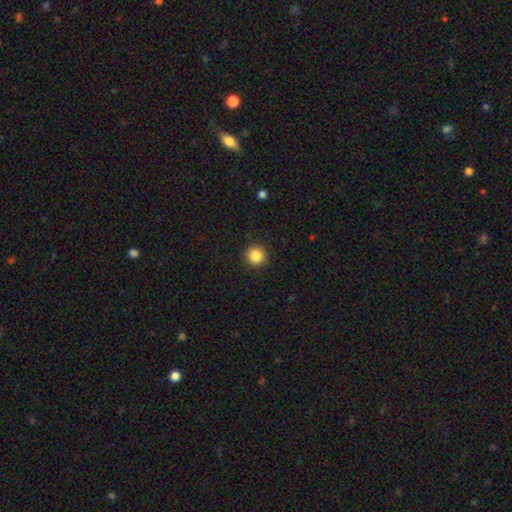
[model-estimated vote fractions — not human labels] The model was most divided on "smooth or featured": smooth: 86%, star or artifact: 10%, featured or disk: 4%. More confident: how rounded — round (96%); merging — none (93%).